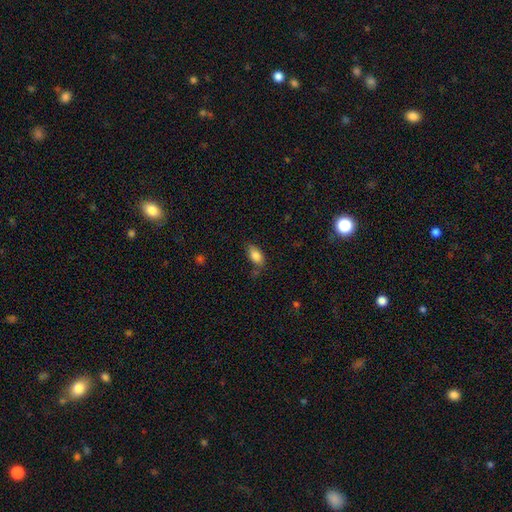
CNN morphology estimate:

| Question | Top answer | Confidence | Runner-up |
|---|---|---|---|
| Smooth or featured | smooth | 84% | star or artifact (8%) |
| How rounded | in between | 90% | round (5%) |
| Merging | none | 65% | minor disturbance (24%) |